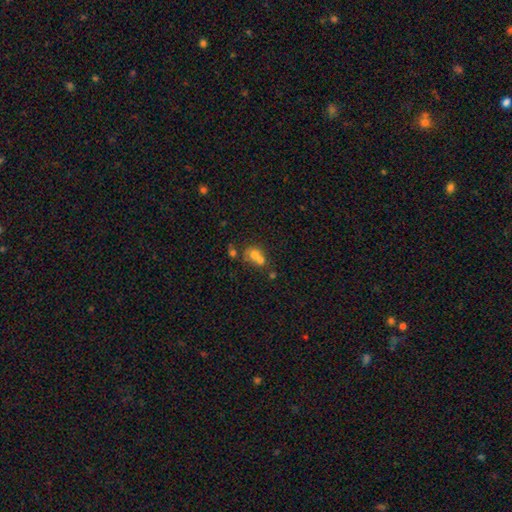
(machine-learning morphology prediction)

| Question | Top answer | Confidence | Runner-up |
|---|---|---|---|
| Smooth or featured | smooth | 65% | featured or disk (22%) |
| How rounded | round | 63% | in between (35%) |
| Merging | merger | 64% | none (25%) |